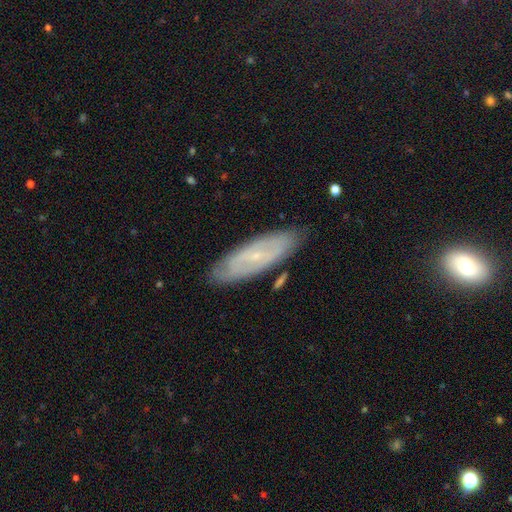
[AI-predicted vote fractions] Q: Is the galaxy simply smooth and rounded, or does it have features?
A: featured or disk — 64%.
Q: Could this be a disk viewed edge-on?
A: no — 79%.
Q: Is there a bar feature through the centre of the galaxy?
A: no — 42%.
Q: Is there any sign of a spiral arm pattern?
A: yes — 72%.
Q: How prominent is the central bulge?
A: small — 82%.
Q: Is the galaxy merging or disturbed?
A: none — 83%.